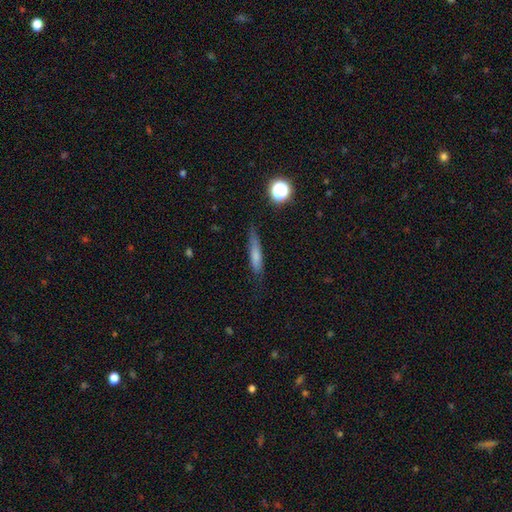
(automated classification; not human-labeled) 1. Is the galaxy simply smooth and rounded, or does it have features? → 68% smooth, 23% featured or disk, 10% star or artifact.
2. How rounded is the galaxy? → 82% cigar-shaped, 15% in between, 3% round.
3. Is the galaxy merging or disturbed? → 71% none, 21% minor disturbance, 6% major disturbance, 2% merger.